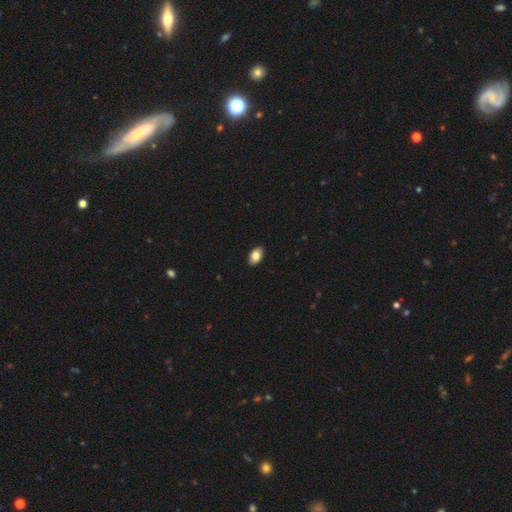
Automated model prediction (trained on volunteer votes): Smooth or featured?
  - smooth: 85% *
  - featured or disk: 8%
  - star or artifact: 7%
How rounded?
  - in between: 93% *
  - round: 6%
  - cigar-shaped: 1%
Merging?
  - none: 91% *
  - minor disturbance: 7%
  - major disturbance: 2%
  - merger: 1%